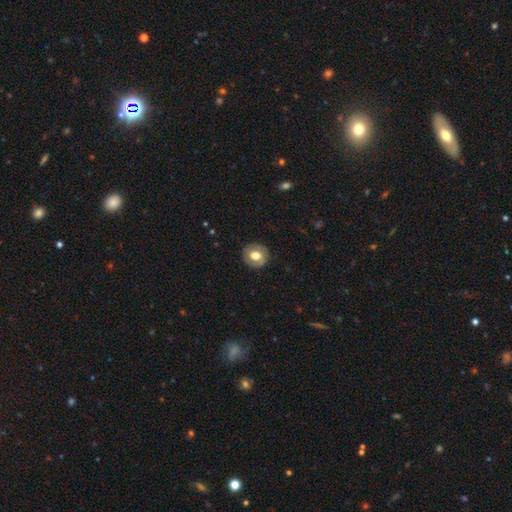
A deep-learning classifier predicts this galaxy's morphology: A smooth galaxy with no disk features (60%) that is round (80%).

Vote fractions:
- Smooth or featured? smooth: 60% / featured or disk: 32% / star or artifact: 8%
- How rounded? round: 80% / in between: 19% / cigar-shaped: 1%
- Merging? none: 85% / minor disturbance: 11% / major disturbance: 3% / merger: 1%